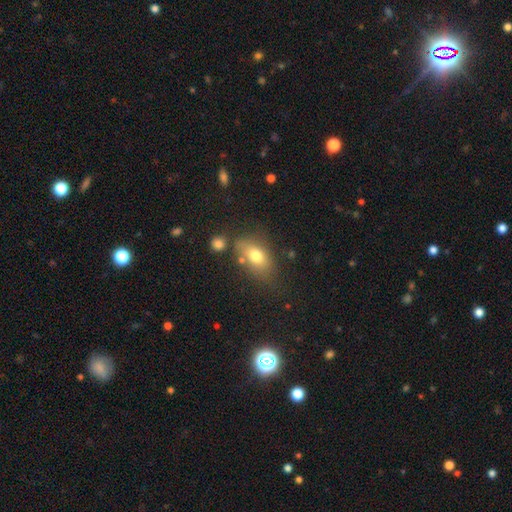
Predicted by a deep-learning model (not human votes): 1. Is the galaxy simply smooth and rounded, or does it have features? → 73% smooth, 17% featured or disk, 10% star or artifact.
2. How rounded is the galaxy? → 85% in between, 11% round, 4% cigar-shaped.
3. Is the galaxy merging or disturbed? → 63% none, 19% minor disturbance, 10% merger, 8% major disturbance.